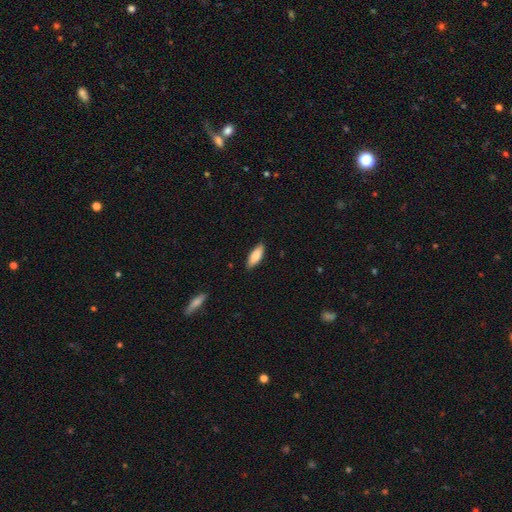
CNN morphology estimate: smooth_or_featured: smooth (p=0.82) [alt: featured or disk p=0.12]
how_rounded: in between (p=0.68) [alt: cigar-shaped p=0.30]
merging: none (p=0.88) [alt: minor disturbance p=0.10]